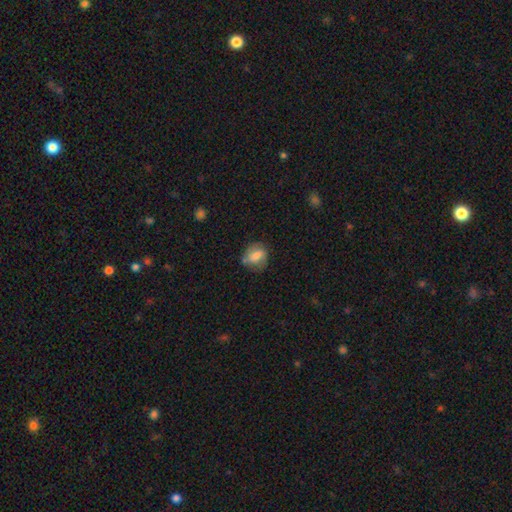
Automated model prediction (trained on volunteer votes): Morphology: type=smooth (64%); roundness=round (50%); merging=none (59%).